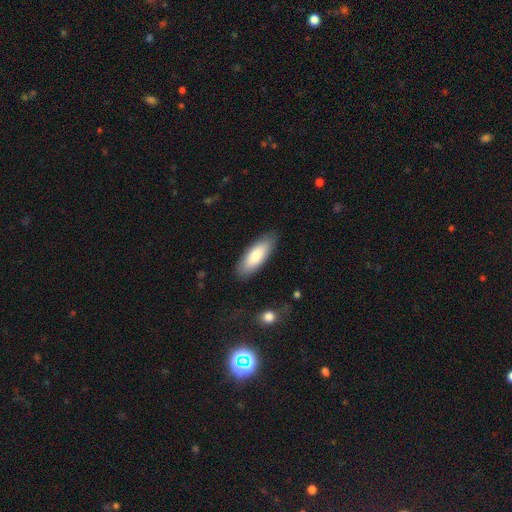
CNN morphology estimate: Q: Smooth or featured?
A: smooth (80%); runner-up: featured or disk (14%)
Q: How rounded?
A: in between (68%); runner-up: cigar-shaped (31%)
Q: Merging?
A: none (85%); runner-up: minor disturbance (11%)